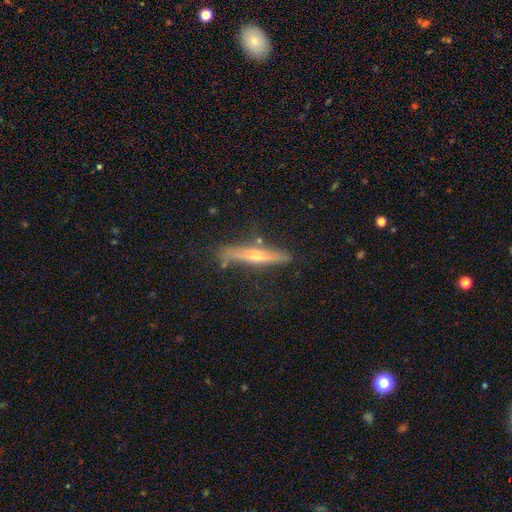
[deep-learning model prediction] Q: Smooth or featured?
A: featured or disk (63%); runner-up: smooth (31%)
Q: Edge-on disk?
A: yes (93%); runner-up: no (7%)
Q: Edge-on bulge?
A: rounded (72%); runner-up: none (22%)
Q: Merging?
A: none (74%); runner-up: minor disturbance (18%)